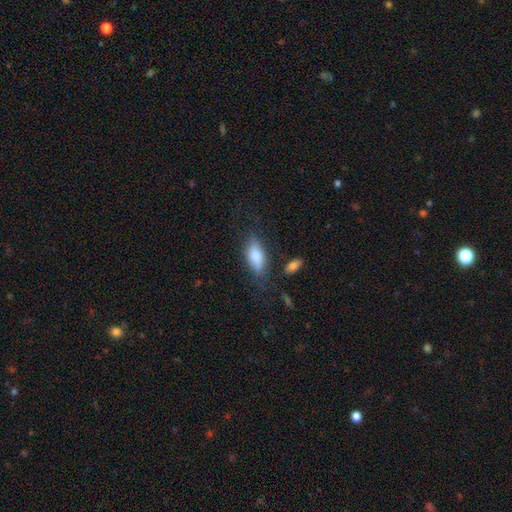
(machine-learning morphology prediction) This is likely a smooth galaxy (68%). How rounded: likely in between (78%). Merging: likely none (71%).